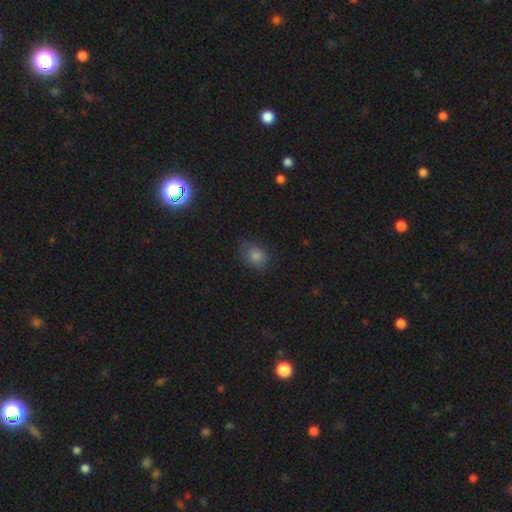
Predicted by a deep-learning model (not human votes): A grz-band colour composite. It shows a smooth galaxy with no disk features (77%) that is in between round and cigar-shaped (53%). Merging: none (77%).